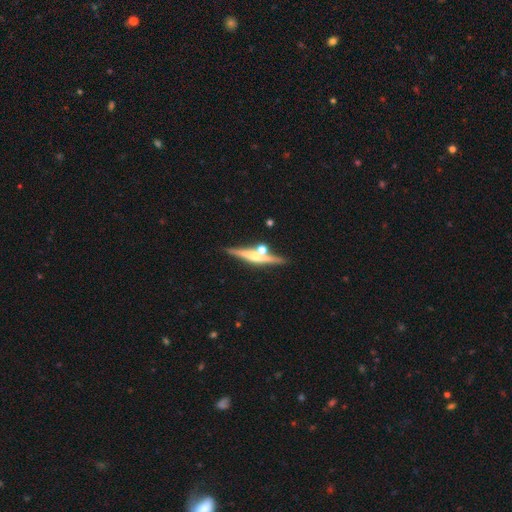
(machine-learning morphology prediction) This is likely a featured or disk galaxy (68%). It is clearly viewed edge-on (95%). Edge-on bulge: clearly rounded (85%). Merging: likely none (70%).